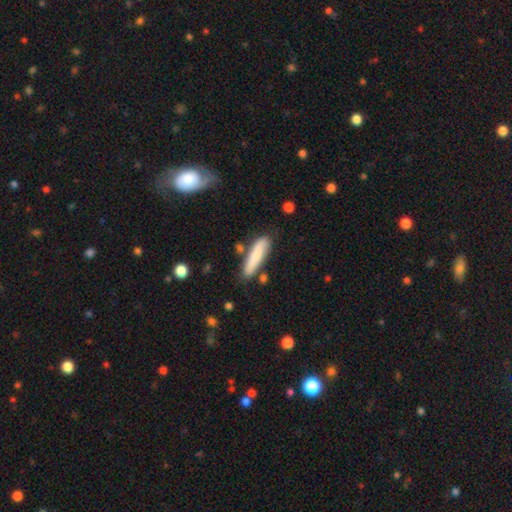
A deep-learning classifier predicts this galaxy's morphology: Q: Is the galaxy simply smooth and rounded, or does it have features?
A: smooth — 76%.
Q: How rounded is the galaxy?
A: cigar-shaped — 75%.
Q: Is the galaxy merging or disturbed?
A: none — 76%.